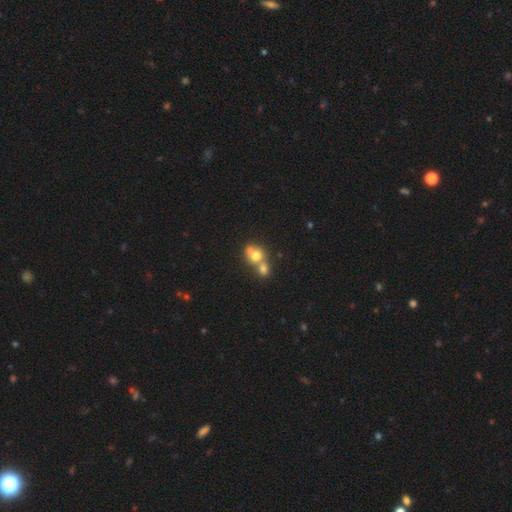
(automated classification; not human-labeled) Smooth or featured: smooth — 69% (featured or disk — 19%)
How rounded: round — 72% (in between — 27%)
Merging: merger — 66% (none — 25%)